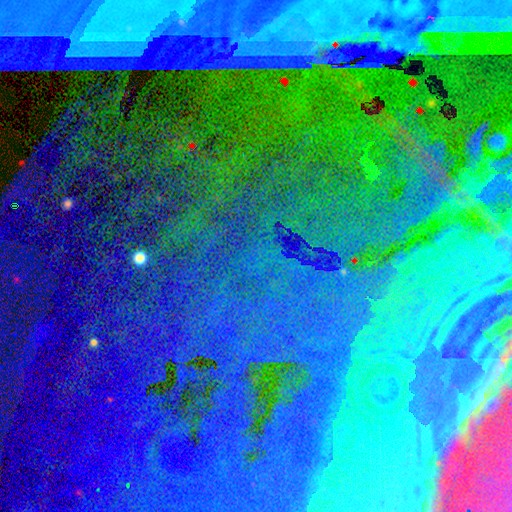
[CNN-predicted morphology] A star or artifact, not a galaxy (85%).

Vote fractions:
- Smooth or featured? star or artifact: 85% / featured or disk: 8% / smooth: 7%